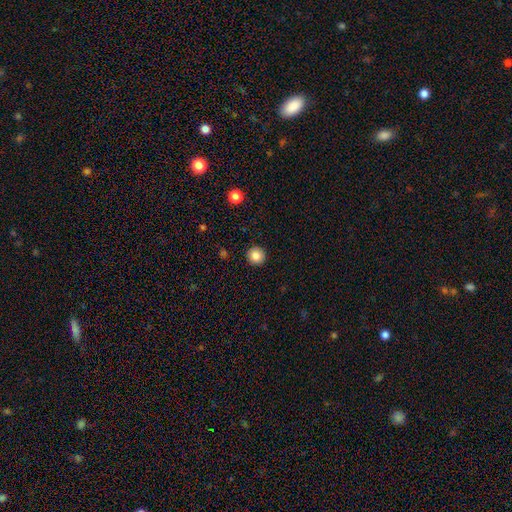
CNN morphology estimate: Q: Smooth or featured?
A: smooth (84%); runner-up: star or artifact (10%)
Q: How rounded?
A: round (94%); runner-up: in between (5%)
Q: Merging?
A: none (92%); runner-up: minor disturbance (5%)